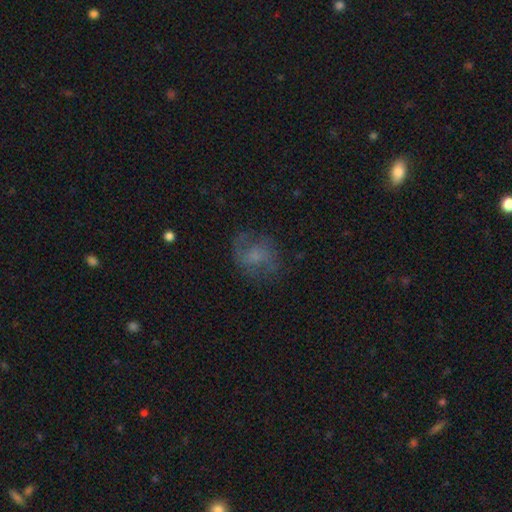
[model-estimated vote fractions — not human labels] Q: Smooth or featured?
A: featured or disk (50%); runner-up: smooth (37%)
Q: Edge-on disk?
A: no (97%); runner-up: yes (3%)
Q: Merging?
A: none (64%); runner-up: minor disturbance (20%)